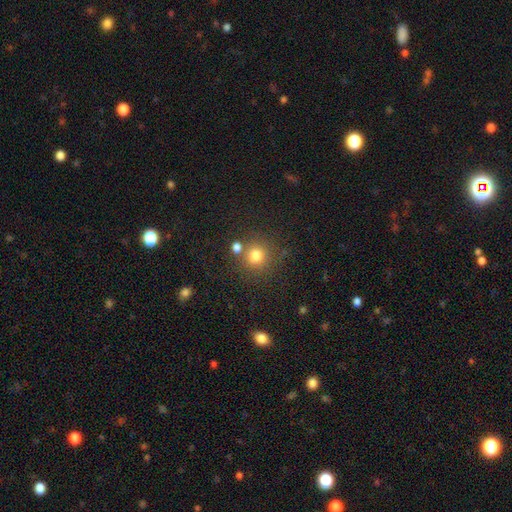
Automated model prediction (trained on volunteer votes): smooth 78%, star or artifact 15%, featured or disk 7%. Down the decision tree: how rounded — round (92%); merging — none (74%).